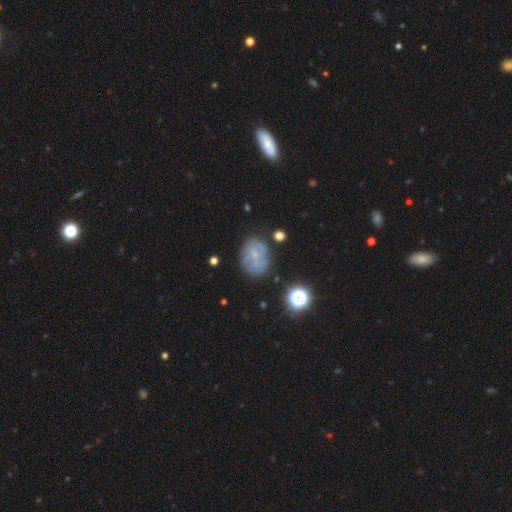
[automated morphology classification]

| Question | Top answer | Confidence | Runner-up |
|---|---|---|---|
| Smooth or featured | featured or disk | 56% | smooth (31%) |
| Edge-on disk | no | 97% | yes (3%) |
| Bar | no | 69% | weak (26%) |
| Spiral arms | yes | 71% | no (29%) |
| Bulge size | small | 66% | none (16%) |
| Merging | none | 67% | minor disturbance (21%) |